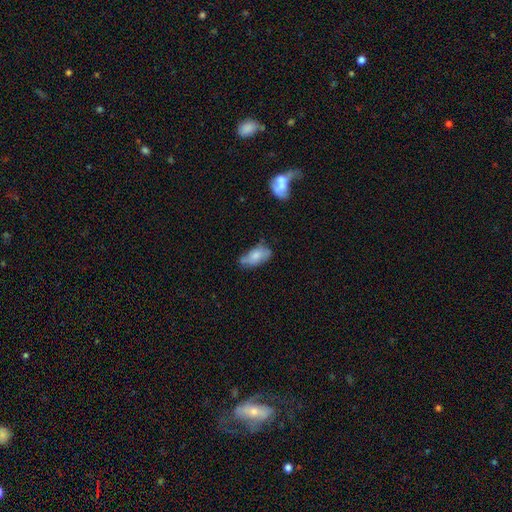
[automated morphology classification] Smooth or featured? Predicted: smooth (p=0.69). How rounded? Predicted: in between (p=0.89). Merging? Predicted: none (p=0.46).